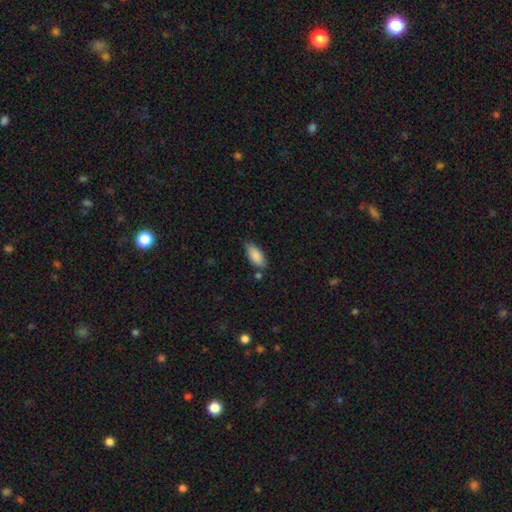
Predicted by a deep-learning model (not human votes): This appears to be a smooth galaxy with no disk features (87%) that is in between round and cigar-shaped (86%). Merging: none (72%).